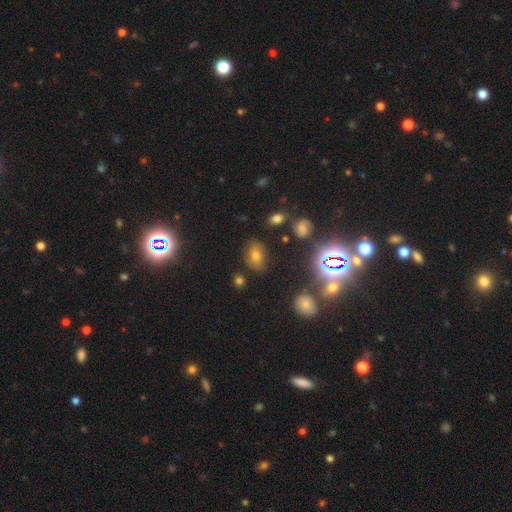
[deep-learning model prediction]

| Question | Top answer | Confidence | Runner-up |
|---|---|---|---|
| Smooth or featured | smooth | 59% | star or artifact (27%) |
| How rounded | in between | 82% | round (16%) |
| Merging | none | 79% | minor disturbance (13%) |